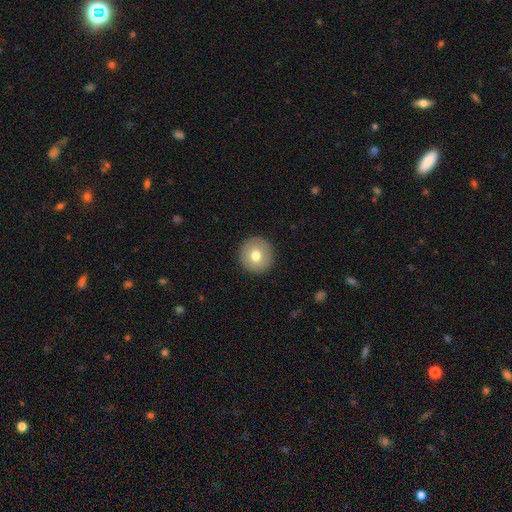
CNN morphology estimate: Overall: smooth (73%). How rounded: round (96%). Merging: none (92%).